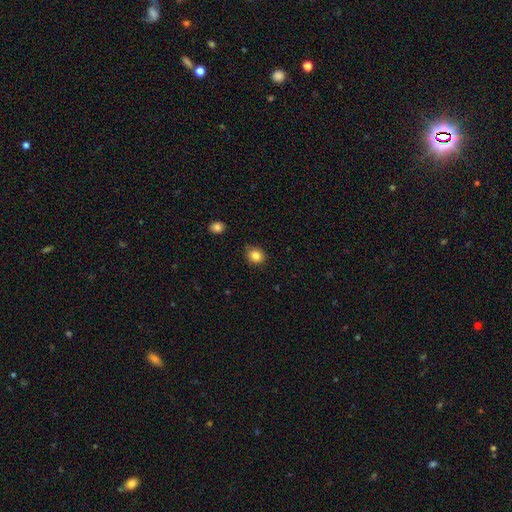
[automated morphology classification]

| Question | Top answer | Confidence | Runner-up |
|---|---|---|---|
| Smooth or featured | smooth | 84% | star or artifact (11%) |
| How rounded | round | 82% | in between (17%) |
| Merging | none | 86% | minor disturbance (10%) |